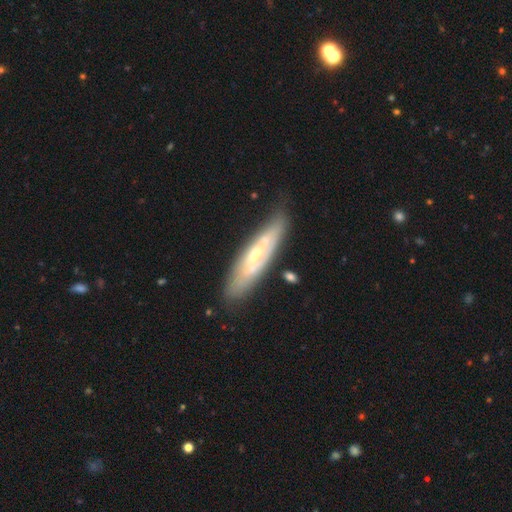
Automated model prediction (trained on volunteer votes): This appears to be a featured or disk galaxy (63%). Merging: none (73%).